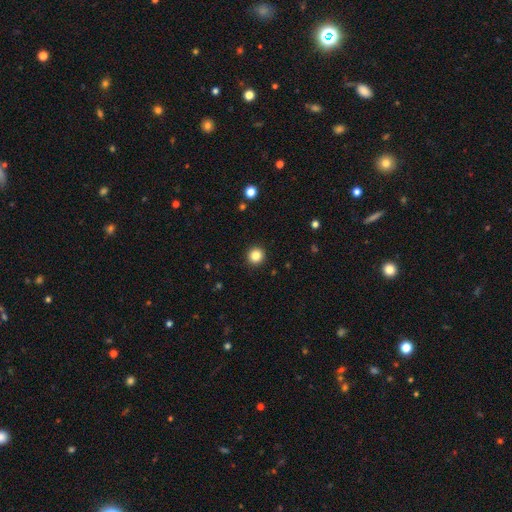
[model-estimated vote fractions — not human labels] A smooth galaxy with no disk features (84%) that is round (95%). Merging: none (93%).